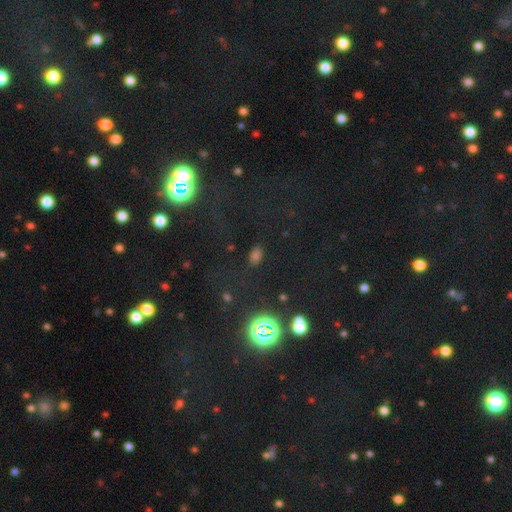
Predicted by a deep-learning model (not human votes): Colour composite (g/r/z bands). It shows a star or artifact, not a galaxy (51%).